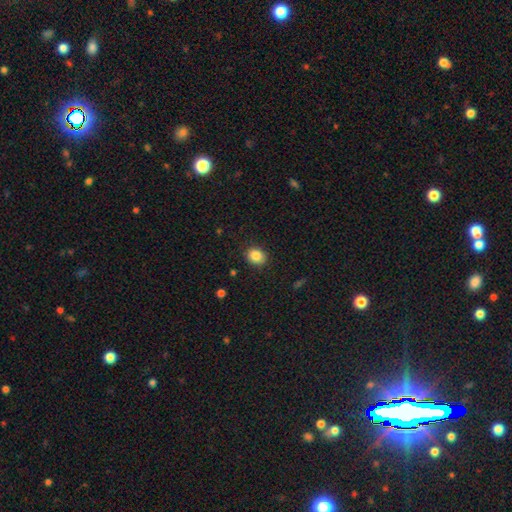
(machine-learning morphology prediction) Smooth or featured? smooth (86%)
How rounded? round (57%)
Merging? none (88%)